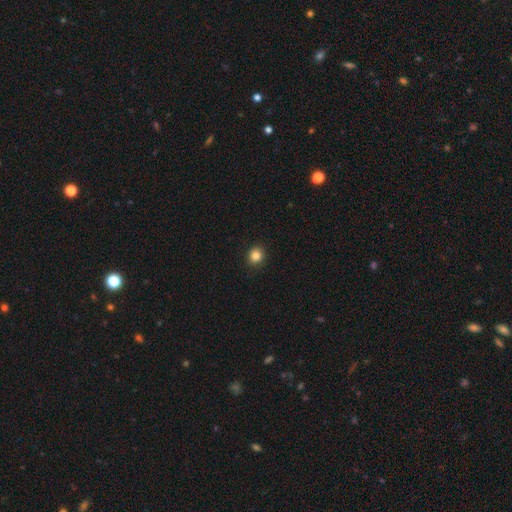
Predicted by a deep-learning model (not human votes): The model was most divided on "how rounded": round: 84%, in between: 15%, cigar-shaped: 1%. More confident: merging — none (91%); smooth or featured — smooth (85%).